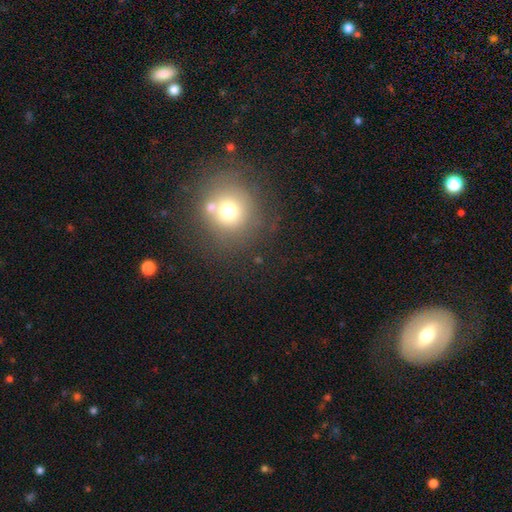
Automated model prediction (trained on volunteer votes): This is possibly a smooth galaxy (51%). How rounded: clearly round (90%). Merging: clearly none (83%).